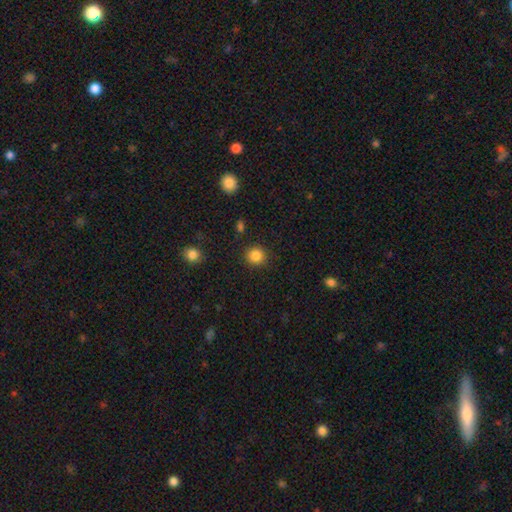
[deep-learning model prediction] Q: Smooth or featured?
A: smooth (86%); runner-up: star or artifact (10%)
Q: How rounded?
A: round (91%); runner-up: in between (8%)
Q: Merging?
A: none (90%); runner-up: minor disturbance (6%)